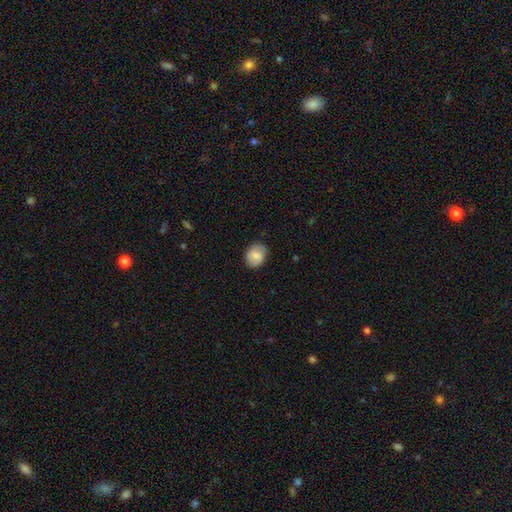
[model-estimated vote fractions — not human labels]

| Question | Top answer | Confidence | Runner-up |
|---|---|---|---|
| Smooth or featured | smooth | 78% | featured or disk (15%) |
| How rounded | round | 52% | in between (47%) |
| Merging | none | 77% | minor disturbance (18%) |